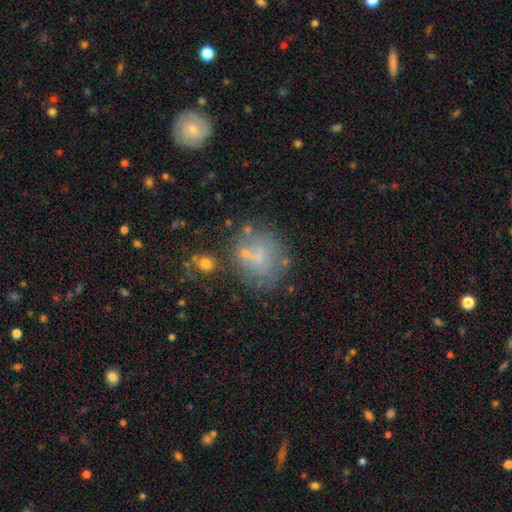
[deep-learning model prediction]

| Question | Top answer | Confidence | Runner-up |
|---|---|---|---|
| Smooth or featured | smooth | 50% | featured or disk (33%) |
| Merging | none | 58% | minor disturbance (19%) |